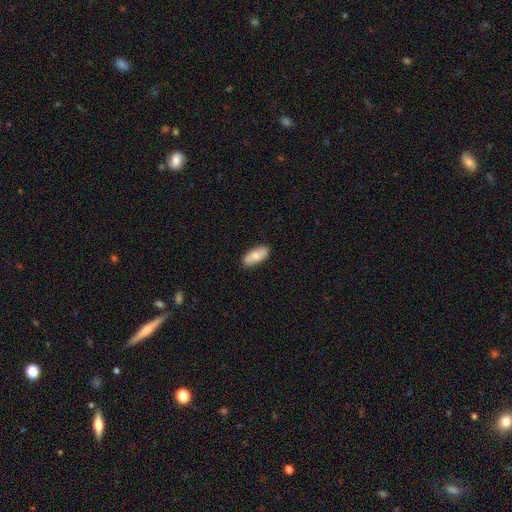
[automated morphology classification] smooth 81%, featured or disk 14%, star or artifact 6%. Down the decision tree: how rounded — in between (84%); merging — none (87%).